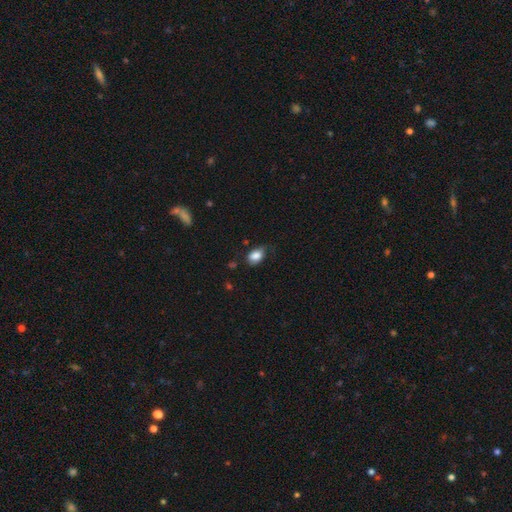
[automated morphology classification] Q: Smooth or featured?
A: smooth (83%); runner-up: featured or disk (9%)
Q: How rounded?
A: in between (87%); runner-up: round (12%)
Q: Merging?
A: none (51%); runner-up: minor disturbance (33%)